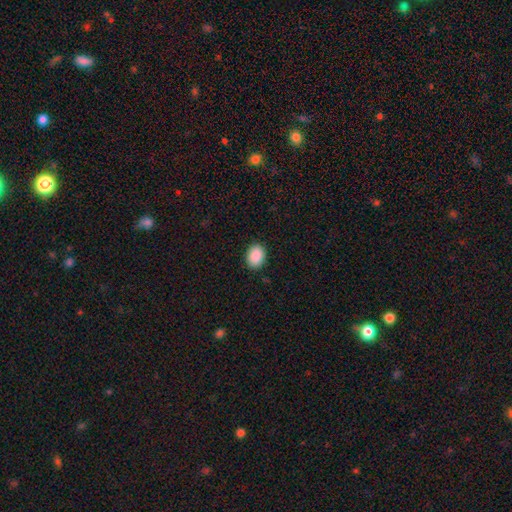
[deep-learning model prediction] Q: Smooth or featured?
A: smooth (91%); runner-up: star or artifact (7%)
Q: How rounded?
A: in between (75%); runner-up: round (24%)
Q: Merging?
A: none (89%); runner-up: minor disturbance (8%)